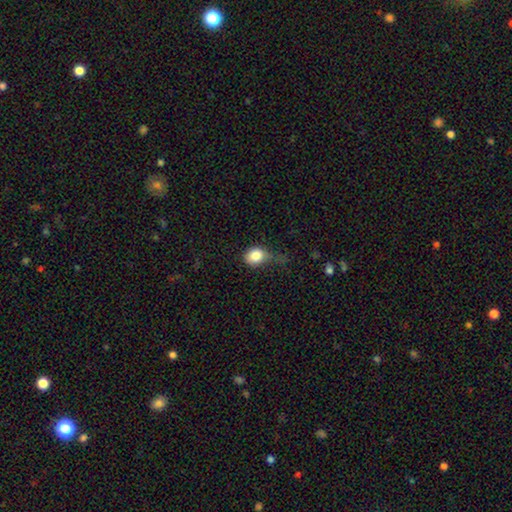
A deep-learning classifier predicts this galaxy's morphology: Smooth or featured?
  - smooth: 82% *
  - star or artifact: 10%
  - featured or disk: 8%
How rounded?
  - round: 59% *
  - in between: 40%
  - cigar-shaped: 1%
Merging?
  - none: 37% *
  - minor disturbance: 36%
  - major disturbance: 24%
  - merger: 3%